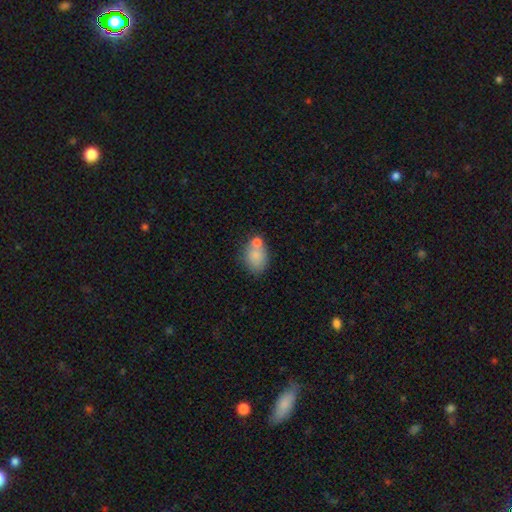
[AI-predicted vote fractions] smooth_or_featured: smooth (p=0.79) [alt: featured or disk p=0.11]
how_rounded: in between (p=0.69) [alt: round p=0.30]
merging: none (p=0.50) [alt: merger p=0.27]